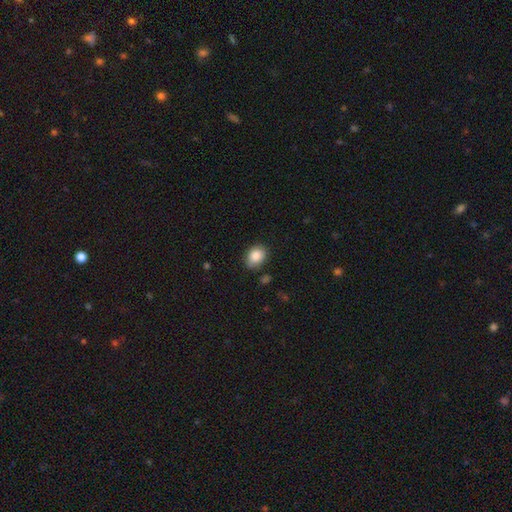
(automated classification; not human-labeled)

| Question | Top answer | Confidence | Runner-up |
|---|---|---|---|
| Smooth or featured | smooth | 87% | star or artifact (8%) |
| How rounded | in between | 63% | round (36%) |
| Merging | none | 81% | minor disturbance (14%) |